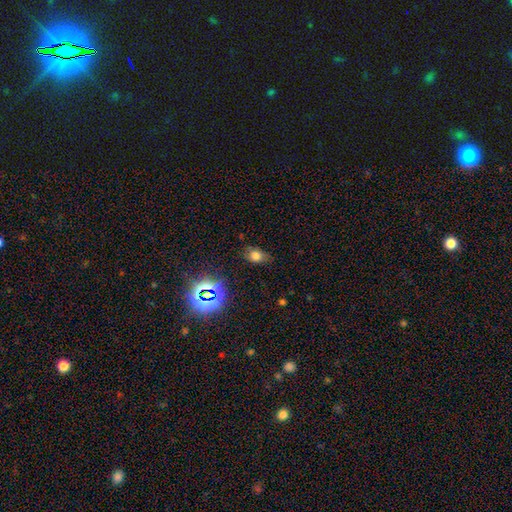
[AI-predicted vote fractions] This appears to be a smooth galaxy with no disk features (66%) that is in between round and cigar-shaped (74%). Merging: none (72%).